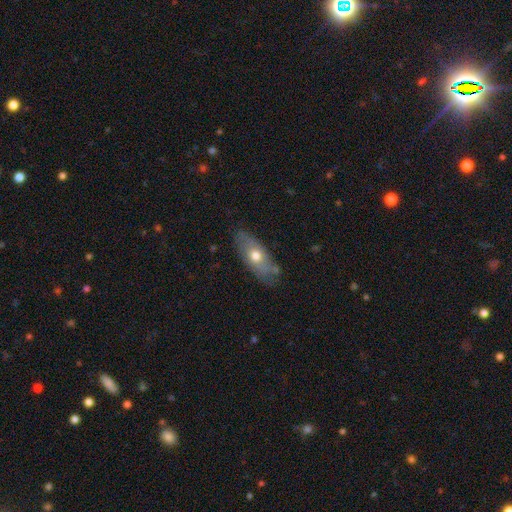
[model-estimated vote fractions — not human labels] This is possibly a smooth galaxy (54%). How rounded: likely in between (76%). Merging: likely none (70%).